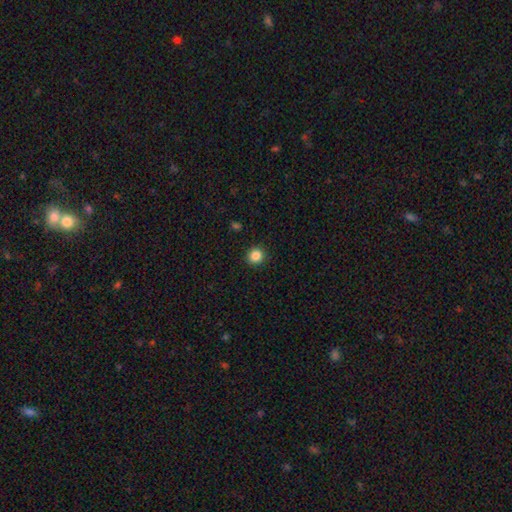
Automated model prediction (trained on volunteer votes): Overall: smooth (86%). How rounded: round (90%). Merging: none (92%).